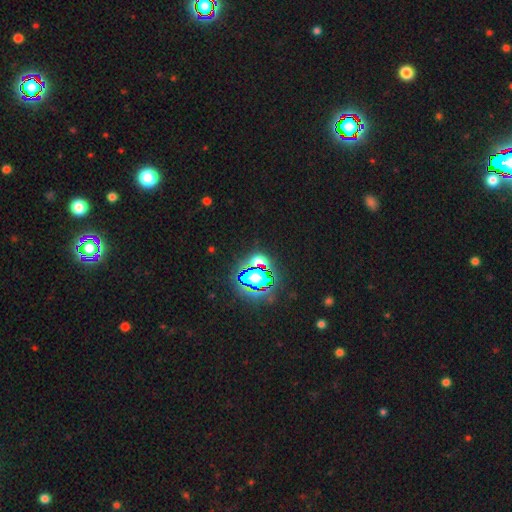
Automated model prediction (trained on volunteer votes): Morphology: type=star or artifact (81%).